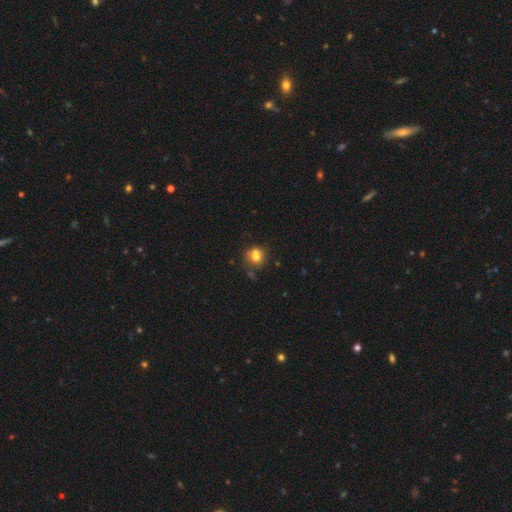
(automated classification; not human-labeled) This appears to be a smooth galaxy with no disk features (71%) that is round (66%). Merging: none (47%).